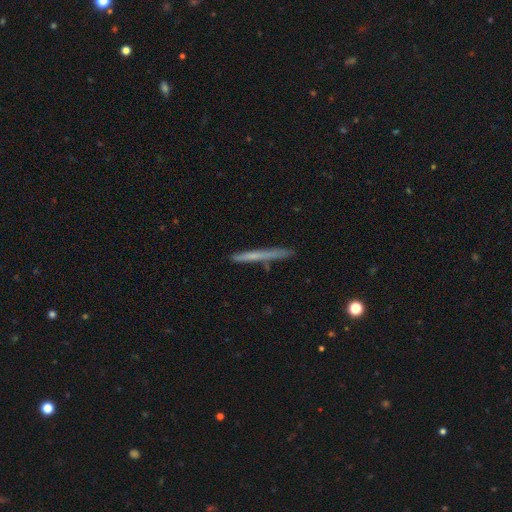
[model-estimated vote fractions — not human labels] Smooth or featured? smooth (53%)
How rounded? cigar-shaped (97%)
Merging? none (85%)